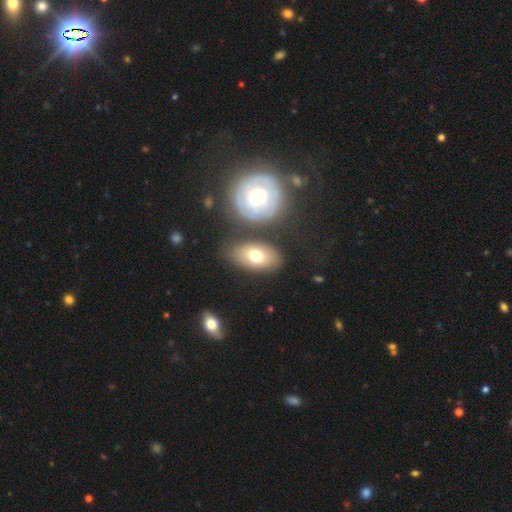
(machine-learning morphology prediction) This is likely a smooth galaxy (66%). How rounded: clearly in between (89%). Merging: likely none (72%).